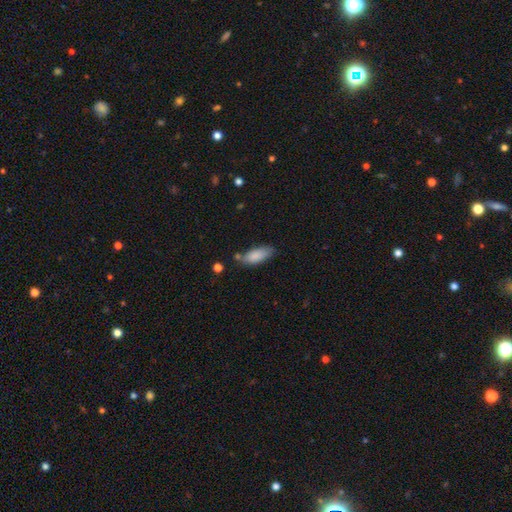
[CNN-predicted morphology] type=smooth (85%); roundness=in between (78%); merging=none (64%).